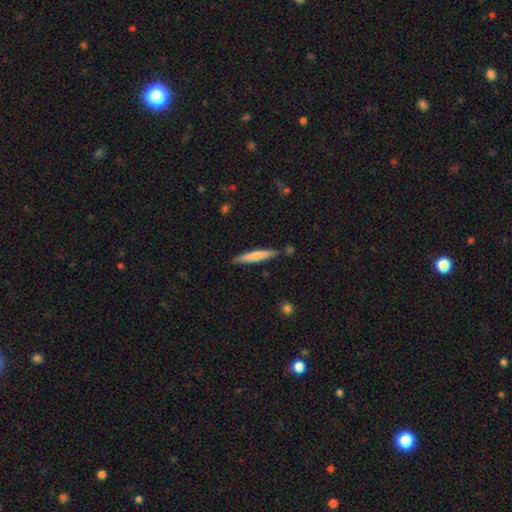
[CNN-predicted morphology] smooth_or_featured: smooth (p=0.72) [alt: featured or disk p=0.23]
how_rounded: cigar-shaped (p=0.94) [alt: in between p=0.05]
merging: none (p=0.84) [alt: minor disturbance p=0.11]